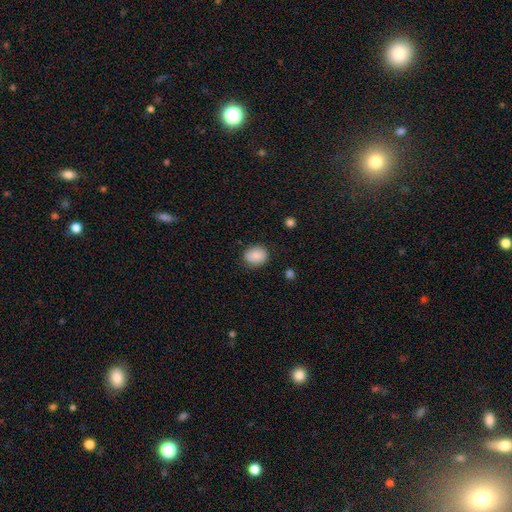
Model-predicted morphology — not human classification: type=smooth (88%); roundness=round (58%); merging=none (82%).